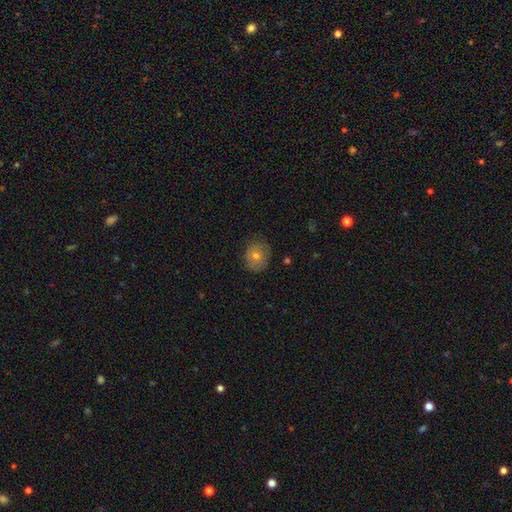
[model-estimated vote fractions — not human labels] Smooth or featured? Predicted: smooth (p=0.67). How rounded? Predicted: round (p=0.71). Merging? Predicted: none (p=0.79).